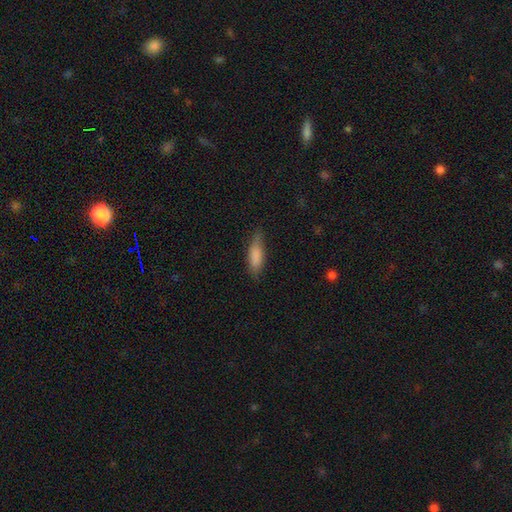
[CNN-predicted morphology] Smooth or featured?
  - smooth: 82% *
  - featured or disk: 11%
  - star or artifact: 6%
How rounded?
  - in between: 53% *
  - cigar-shaped: 45%
  - round: 2%
Merging?
  - none: 73% *
  - minor disturbance: 21%
  - major disturbance: 4%
  - merger: 1%